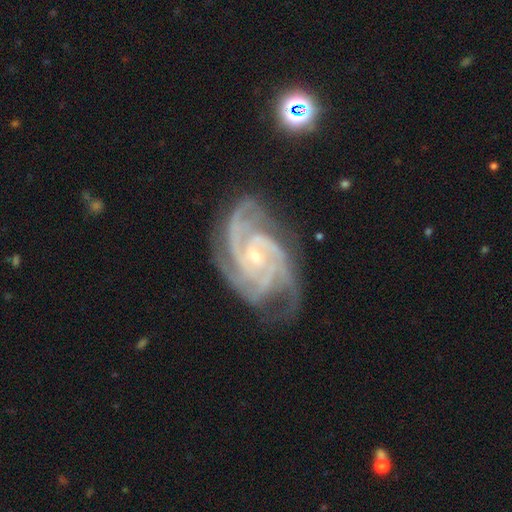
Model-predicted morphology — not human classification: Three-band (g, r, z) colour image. It shows a featured or disk galaxy (93%) with no bar (58%), 3 (39%) tight (62%) spiral arms (99%) and a small central bulge (74%). Merging: none (70%).